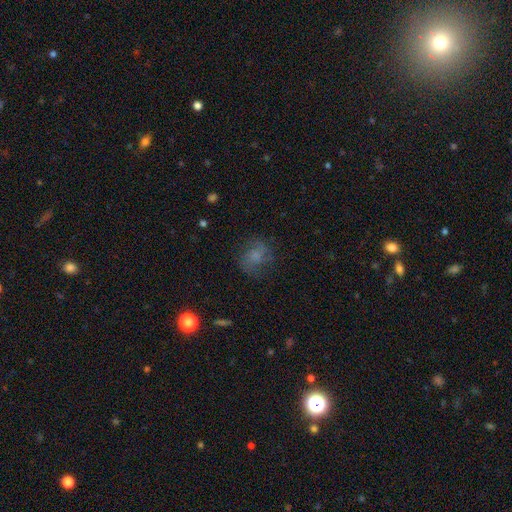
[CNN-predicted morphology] A smooth galaxy with no disk features (58%) that is round (59%).

Vote fractions:
- Smooth or featured? smooth: 58% / featured or disk: 27% / star or artifact: 15%
- How rounded? round: 59% / in between: 40% / cigar-shaped: 1%
- Merging? none: 64% / minor disturbance: 20% / major disturbance: 14% / merger: 2%